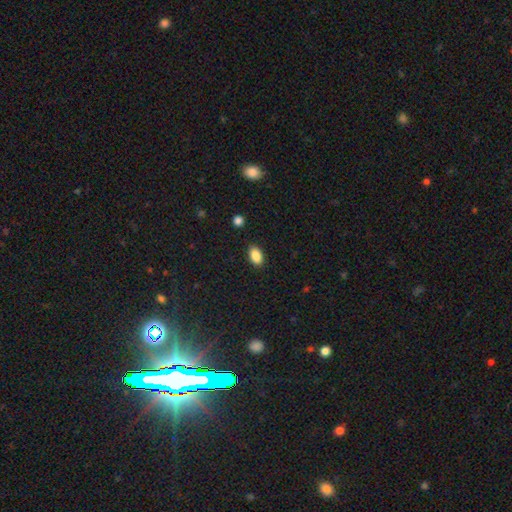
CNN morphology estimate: Q: Smooth or featured?
A: smooth (88%); runner-up: star or artifact (8%)
Q: How rounded?
A: in between (91%); runner-up: round (8%)
Q: Merging?
A: none (87%); runner-up: minor disturbance (10%)